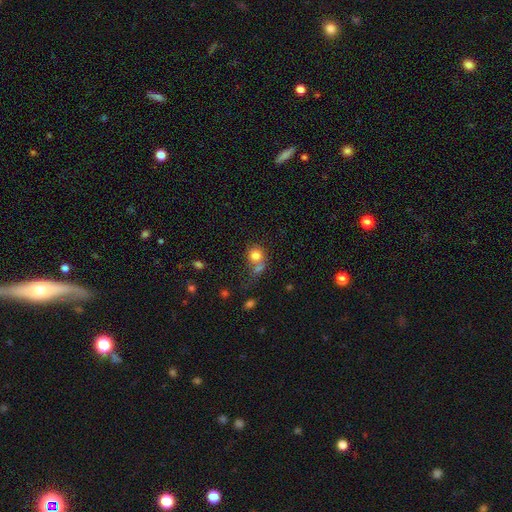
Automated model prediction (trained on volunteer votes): Smooth or featured? smooth (79%)
How rounded? round (81%)
Merging? merger (42%)